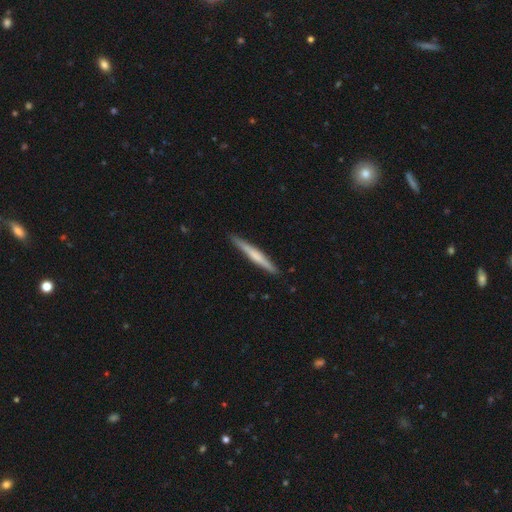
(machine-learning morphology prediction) smooth_or_featured: featured or disk (p=0.48) [alt: smooth p=0.47]
merging: none (p=0.89) [alt: minor disturbance p=0.08]